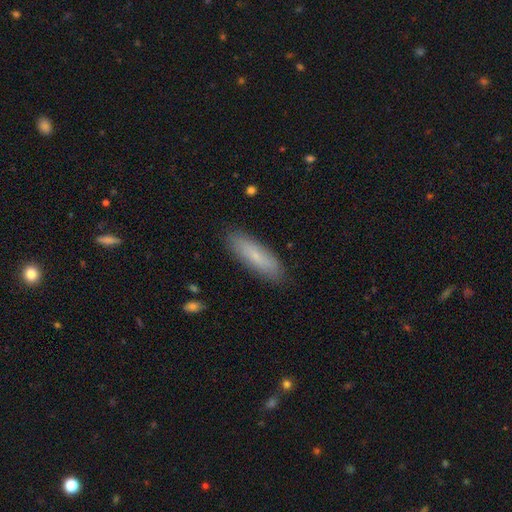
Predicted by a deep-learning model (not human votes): smooth_or_featured: smooth (p=0.72) [alt: featured or disk p=0.21]
how_rounded: cigar-shaped (p=0.58) [alt: in between p=0.40]
merging: none (p=0.87) [alt: minor disturbance p=0.10]